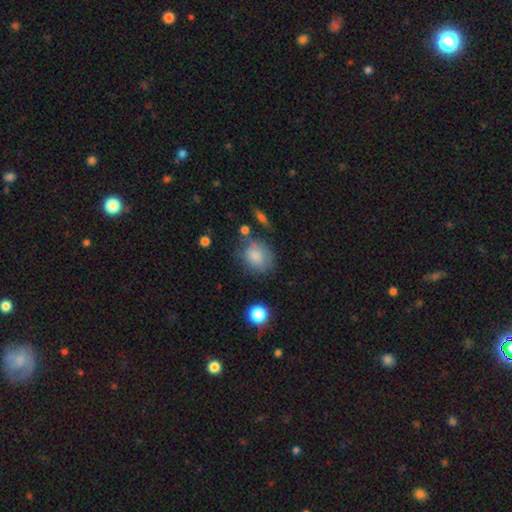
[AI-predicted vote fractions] Smooth or featured?
  - smooth: 80% *
  - featured or disk: 11%
  - star or artifact: 9%
How rounded?
  - round: 56% *
  - in between: 43%
  - cigar-shaped: 1%
Merging?
  - none: 59% *
  - minor disturbance: 24%
  - major disturbance: 10%
  - merger: 7%